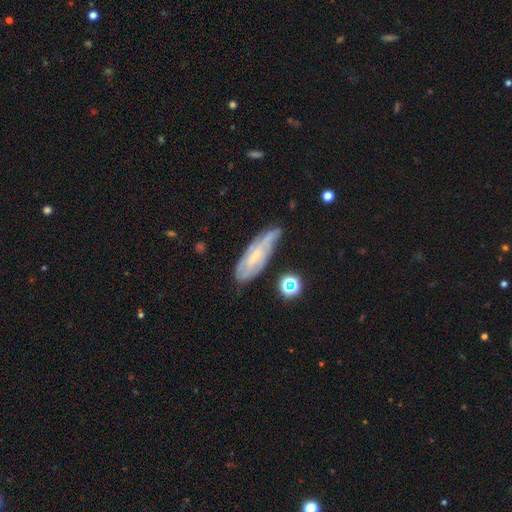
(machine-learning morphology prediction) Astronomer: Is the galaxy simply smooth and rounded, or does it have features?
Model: featured or disk — 65%.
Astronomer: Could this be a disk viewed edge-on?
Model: no — 80%.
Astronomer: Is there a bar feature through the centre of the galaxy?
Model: no — 54% (runner-up: weak, 36%).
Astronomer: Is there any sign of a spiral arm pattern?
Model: yes — 83%.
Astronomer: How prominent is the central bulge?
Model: small — 66%.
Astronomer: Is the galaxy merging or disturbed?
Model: none — 56%.